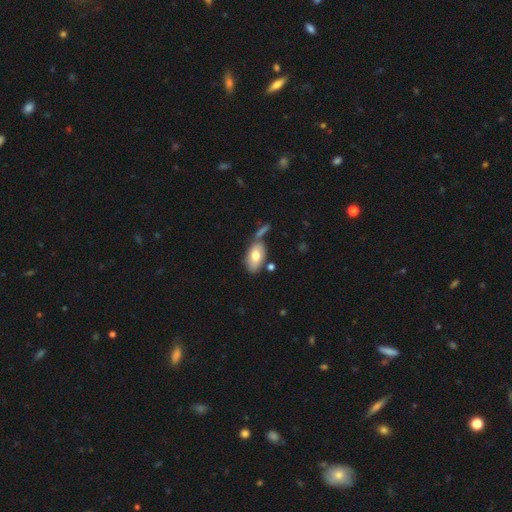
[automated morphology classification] Smooth or featured? smooth (69%)
How rounded? in between (93%)
Merging? none (59%)